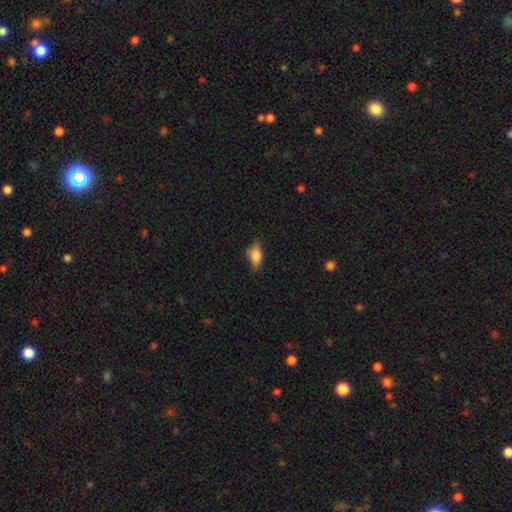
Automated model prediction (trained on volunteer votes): Overall: smooth (81%). How rounded: in between (86%). Merging: none (66%; minor disturbance 27%).